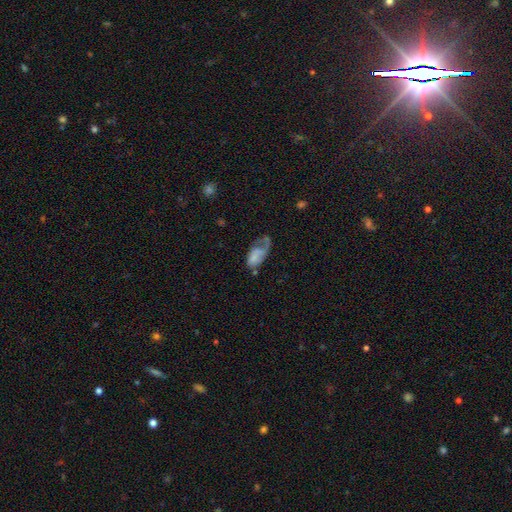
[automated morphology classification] Smooth or featured: smooth — 53% (featured or disk — 38%)
How rounded: in between — 91% (round — 5%)
Merging: major disturbance — 45% (minor disturbance — 25%)